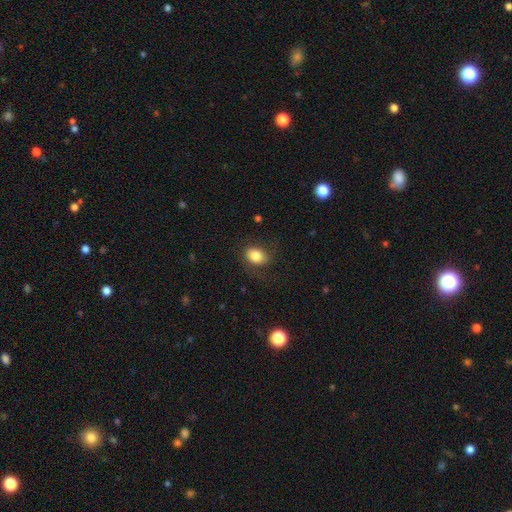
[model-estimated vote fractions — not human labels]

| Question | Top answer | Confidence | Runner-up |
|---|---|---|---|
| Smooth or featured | smooth | 81% | featured or disk (10%) |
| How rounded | in between | 67% | round (31%) |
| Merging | none | 72% | minor disturbance (18%) |